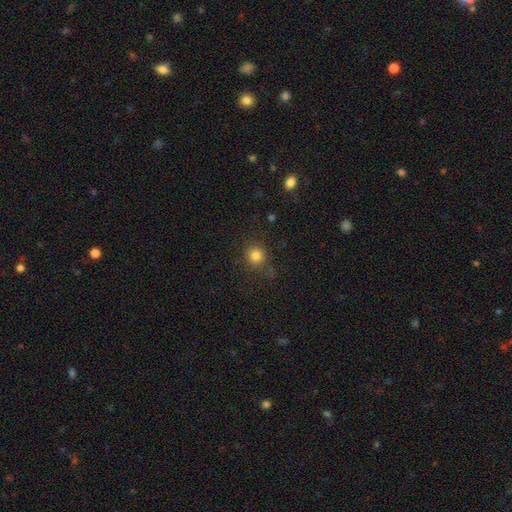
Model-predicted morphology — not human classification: Overall: smooth (81%). How rounded: round (89%). Merging: none (78%).